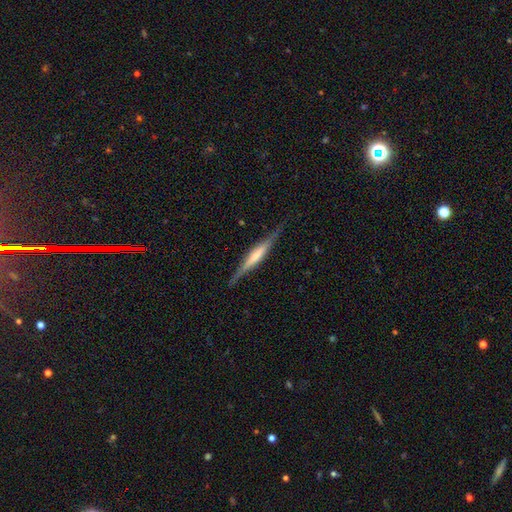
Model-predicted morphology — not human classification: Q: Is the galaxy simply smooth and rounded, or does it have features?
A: featured or disk — 70%.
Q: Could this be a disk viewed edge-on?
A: yes — 97%.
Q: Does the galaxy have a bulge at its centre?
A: boxy — 37%.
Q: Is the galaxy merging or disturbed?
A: none — 85%.